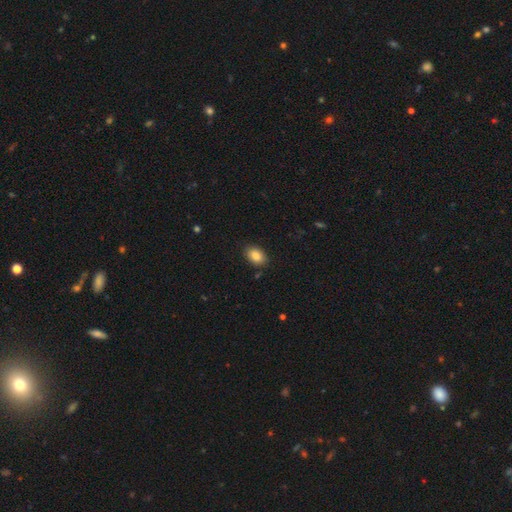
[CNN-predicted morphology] smooth_or_featured: smooth (p=0.87) [alt: star or artifact p=0.08]
how_rounded: in between (p=0.88) [alt: round p=0.11]
merging: none (p=0.86) [alt: minor disturbance p=0.11]